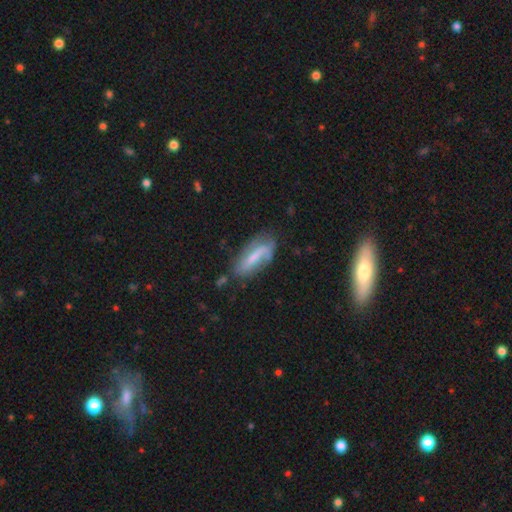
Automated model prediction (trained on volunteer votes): This is possibly a featured or disk galaxy (56%). It is clearly not viewed edge-on (82%). Merging: possibly none (59%).